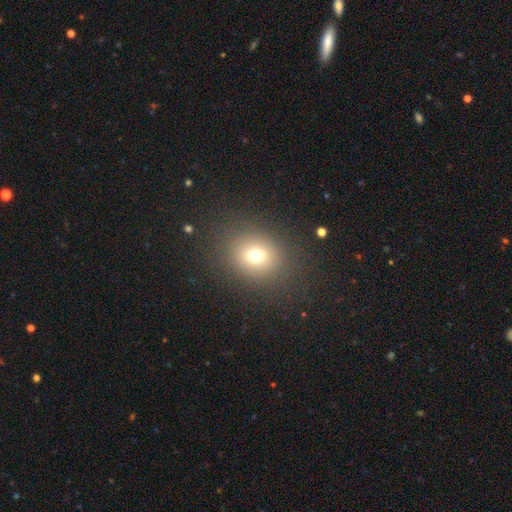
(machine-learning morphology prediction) smooth-or-featured: smooth: 71% | star or artifact: 18% | featured or disk: 11%
  how-rounded: round: 69% | in between: 30% | cigar-shaped: 1%
  merging: none: 85% | minor disturbance: 8% | major disturbance: 6% | merger: 1%